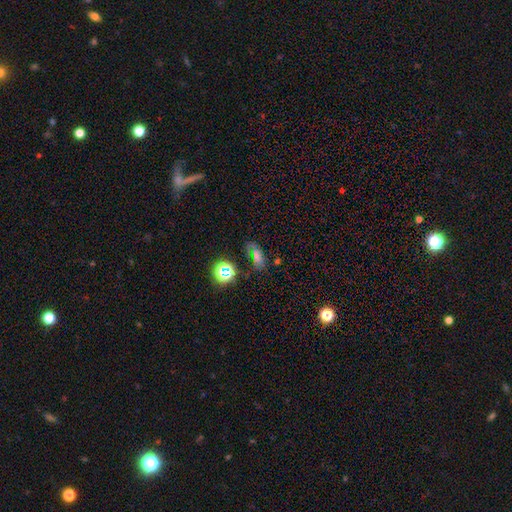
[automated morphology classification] Overall: star or artifact (41%; smooth 36%).